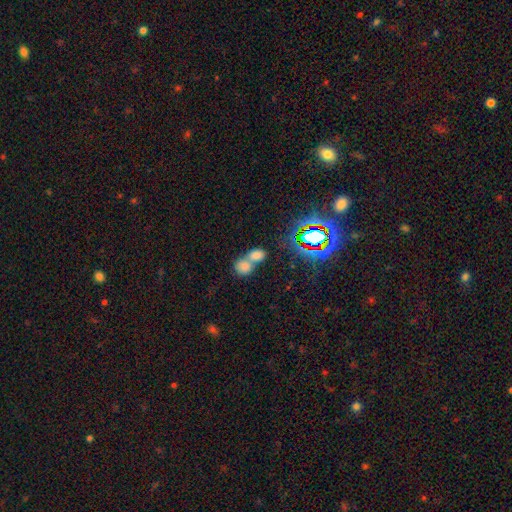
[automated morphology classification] Smooth or featured? smooth (74%)
How rounded? in between (56%)
Merging? merger (68%)